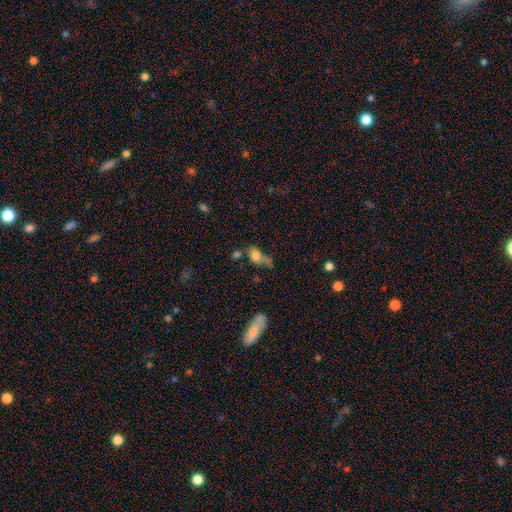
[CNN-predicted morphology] Overall: smooth (71%). How rounded: in between (68%). Merging: none (29%; major disturbance 26%).